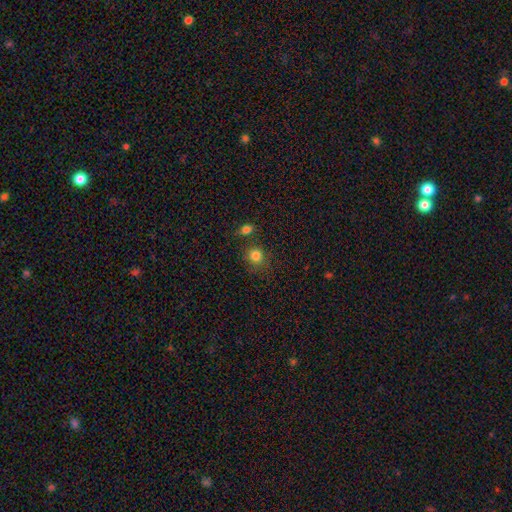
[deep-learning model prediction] A smooth galaxy with no disk features (82%) that is round (86%). Merging: none (72%).